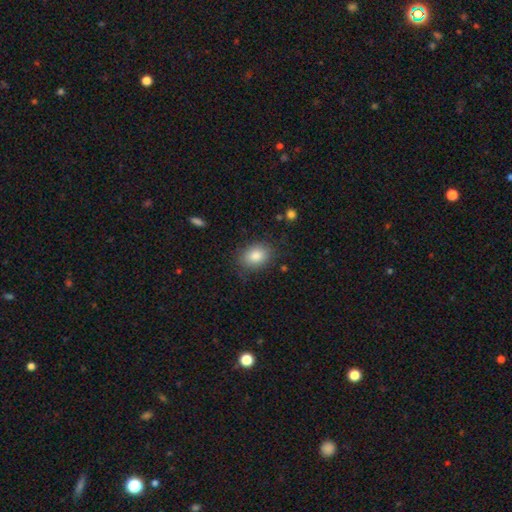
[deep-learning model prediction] Morphology: type=smooth (85%); roundness=in between (71%); merging=none (81%).